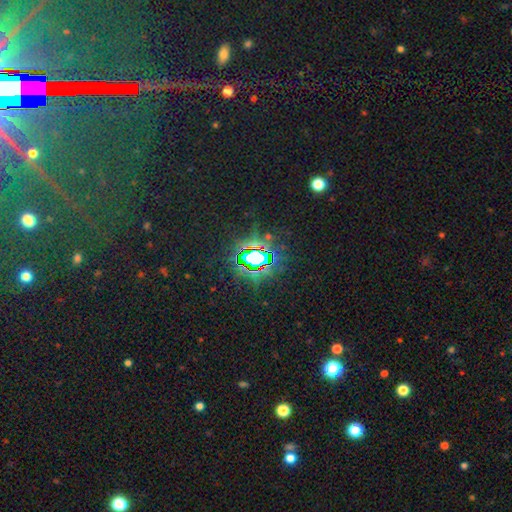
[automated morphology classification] Smooth or featured: star or artifact — 81% (smooth — 12%)